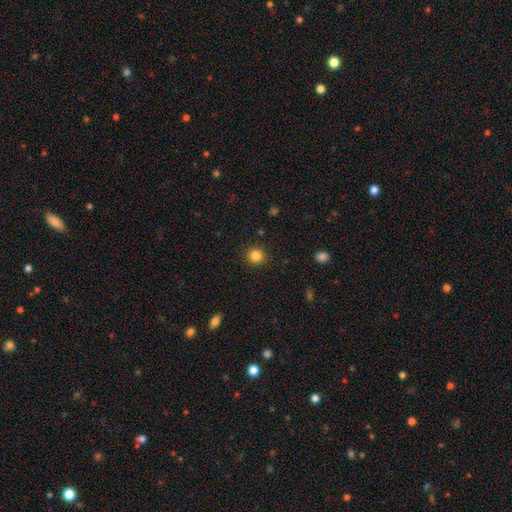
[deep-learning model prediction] Smooth or featured? Predicted: smooth (p=0.85). How rounded? Predicted: round (p=0.92). Merging? Predicted: none (p=0.91).